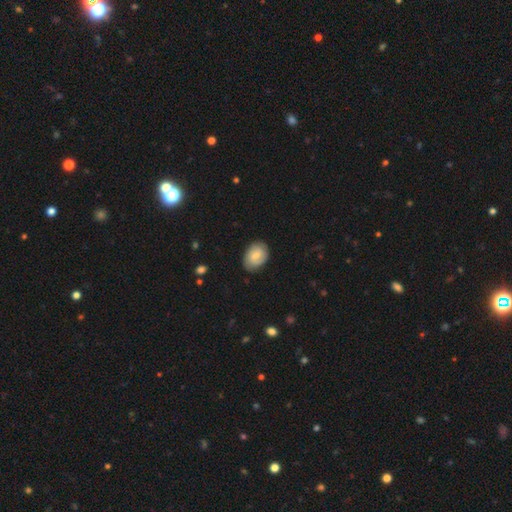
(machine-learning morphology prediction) Smooth or featured: smooth — 58% (featured or disk — 36%)
How rounded: in between — 76% (round — 23%)
Merging: none — 78% (minor disturbance — 17%)